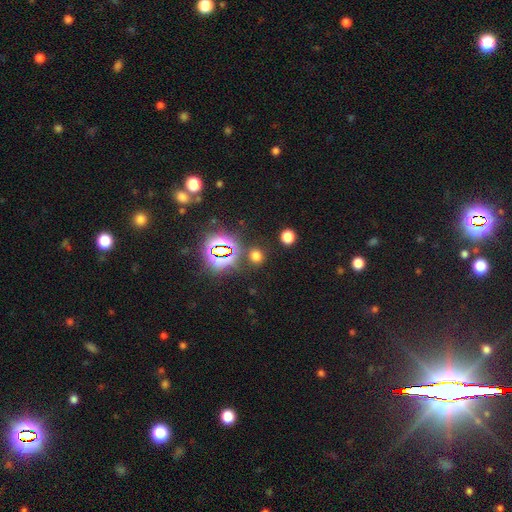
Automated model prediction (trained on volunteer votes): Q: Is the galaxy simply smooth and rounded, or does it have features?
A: smooth — 60%.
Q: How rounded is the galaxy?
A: round — 81%.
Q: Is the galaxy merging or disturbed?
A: none — 83%.